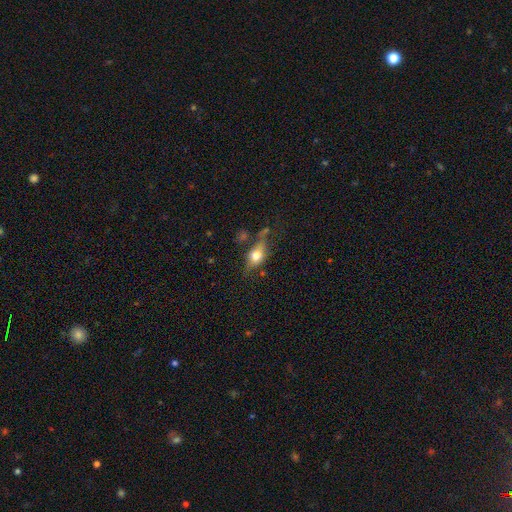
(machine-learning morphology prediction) A smooth galaxy with no disk features (59%) that is in between round and cigar-shaped (72%).

Vote fractions:
- Smooth or featured? smooth: 59% / featured or disk: 32% / star or artifact: 9%
- How rounded? in between: 72% / round: 14% / cigar-shaped: 14%
- Merging? none: 52% / minor disturbance: 25% / major disturbance: 15% / merger: 8%